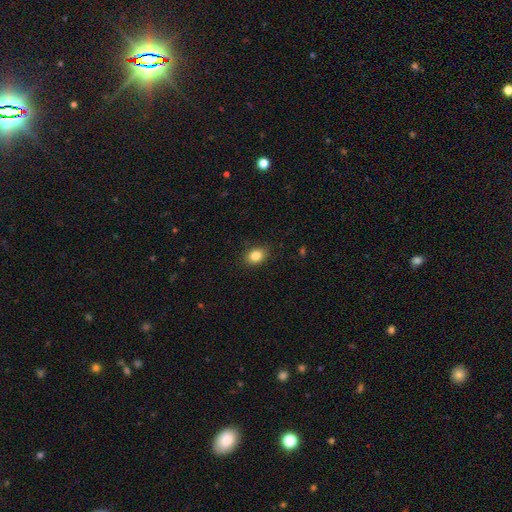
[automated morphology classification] This appears to be a smooth galaxy with no disk features (84%) that is in between round and cigar-shaped (68%). Merging: none (87%).